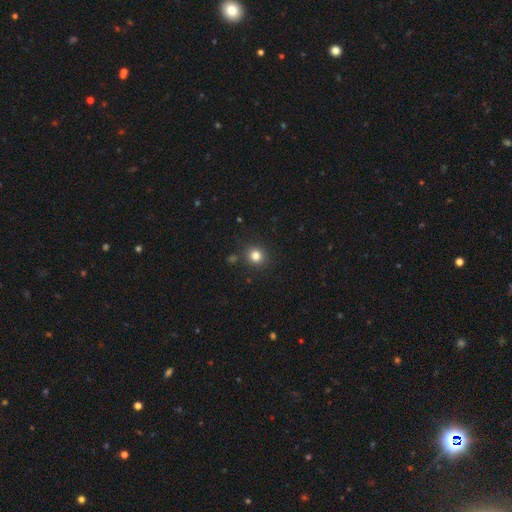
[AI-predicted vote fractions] smooth-or-featured: smooth: 81% | star or artifact: 14% | featured or disk: 5%
  how-rounded: round: 90% | in between: 10% | cigar-shaped: 1%
  merging: none: 88% | minor disturbance: 7% | merger: 3% | major disturbance: 2%